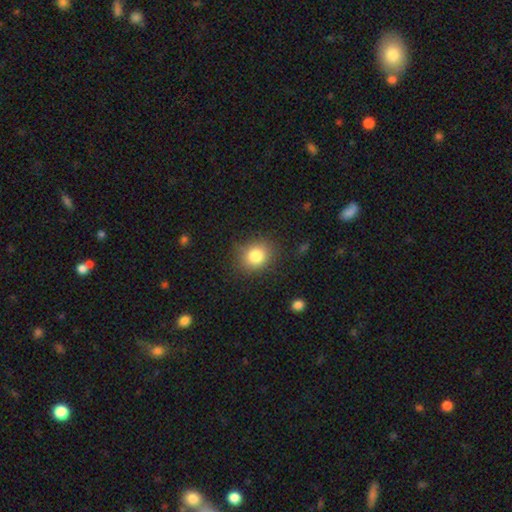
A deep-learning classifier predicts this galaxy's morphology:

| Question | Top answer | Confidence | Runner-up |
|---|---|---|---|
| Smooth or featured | smooth | 82% | star or artifact (11%) |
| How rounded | round | 71% | in between (28%) |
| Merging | none | 83% | minor disturbance (12%) |